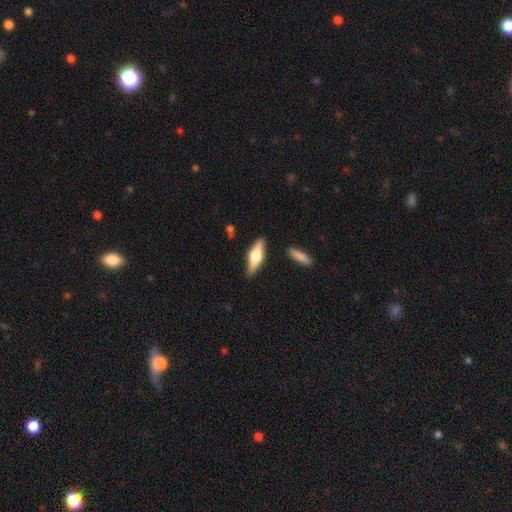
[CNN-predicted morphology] Q: Smooth or featured?
A: featured or disk (55%); runner-up: smooth (40%)
Q: Edge-on disk?
A: yes (93%); runner-up: no (7%)
Q: Edge-on bulge?
A: rounded (90%); runner-up: boxy (8%)
Q: Merging?
A: none (84%); runner-up: minor disturbance (11%)